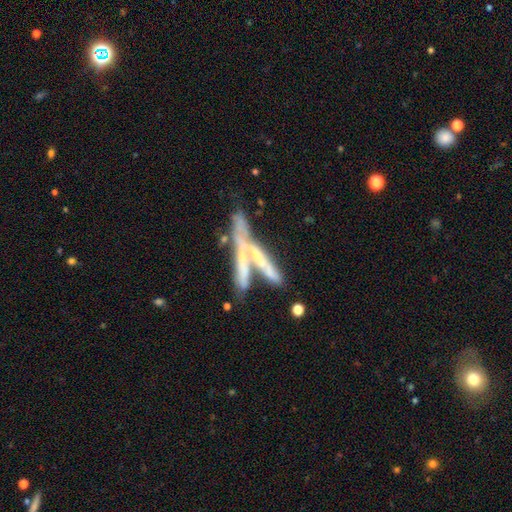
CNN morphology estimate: smooth_or_featured: featured or disk (p=0.62) [alt: smooth p=0.29]
disk_edge_on: yes (p=0.74) [alt: no p=0.26]
merging: merger (p=0.45) [alt: none p=0.32]